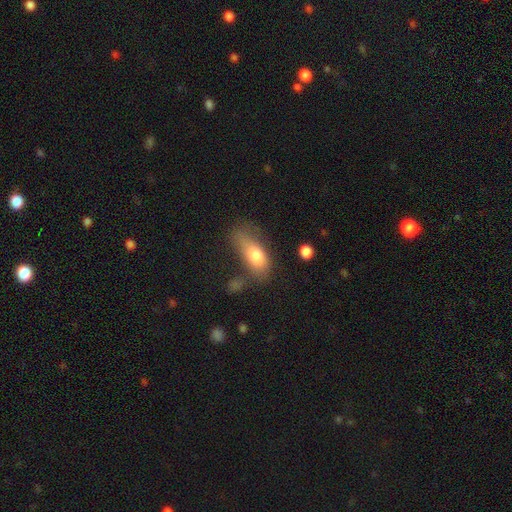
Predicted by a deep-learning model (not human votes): smooth_or_featured: smooth (p=0.75) [alt: featured or disk p=0.18]
how_rounded: in between (p=0.82) [alt: cigar-shaped p=0.13]
merging: none (p=0.36) [alt: minor disturbance p=0.30]